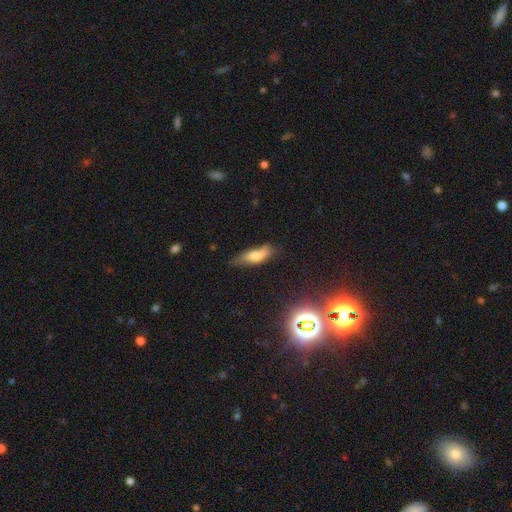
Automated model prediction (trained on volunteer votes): This appears to be a smooth galaxy with no disk features (64%) that is in between round and cigar-shaped (60%). Merging: none (51%).